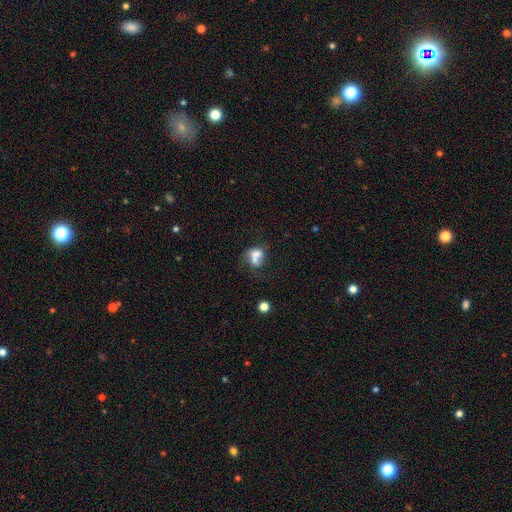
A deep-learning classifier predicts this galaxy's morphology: smooth-or-featured: smooth: 61% | featured or disk: 27% | star or artifact: 12%
  how-rounded: in between: 56% | round: 42% | cigar-shaped: 2%
  merging: merger: 55% | none: 21% | major disturbance: 12% | minor disturbance: 11%